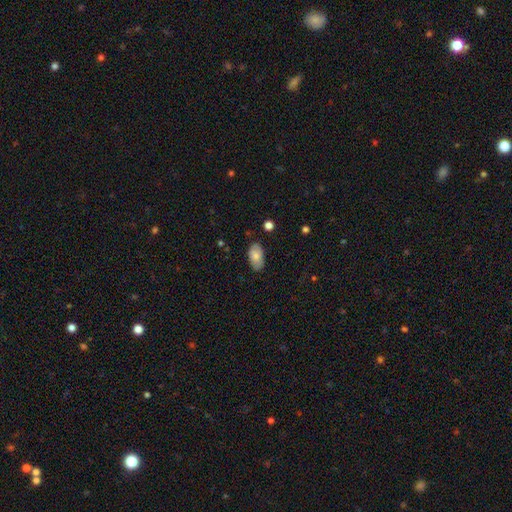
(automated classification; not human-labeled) Q: Smooth or featured?
A: smooth (80%); runner-up: featured or disk (14%)
Q: How rounded?
A: in between (94%); runner-up: round (4%)
Q: Merging?
A: none (83%); runner-up: minor disturbance (13%)